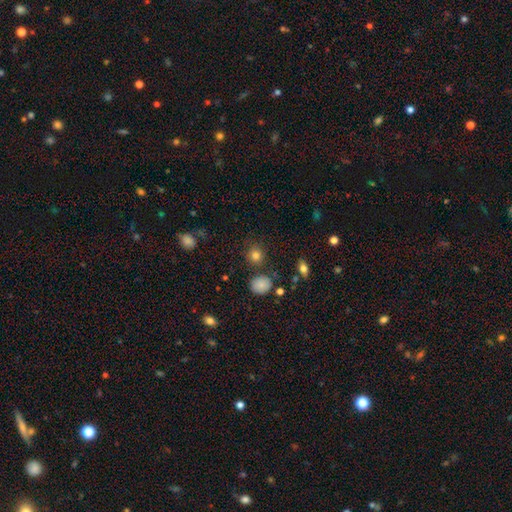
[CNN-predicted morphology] Overall: smooth (78%). How rounded: round (88%). Merging: none (84%).